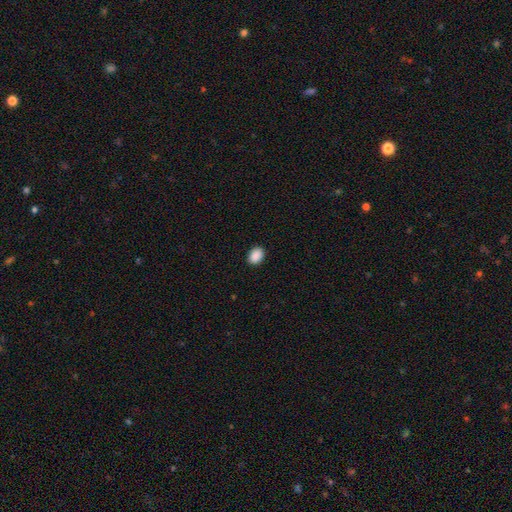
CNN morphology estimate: Smooth or featured?
  - smooth: 90% *
  - star or artifact: 8%
  - featured or disk: 2%
How rounded?
  - in between: 74% *
  - round: 25%
  - cigar-shaped: 1%
Merging?
  - none: 90% *
  - minor disturbance: 7%
  - major disturbance: 2%
  - merger: 1%